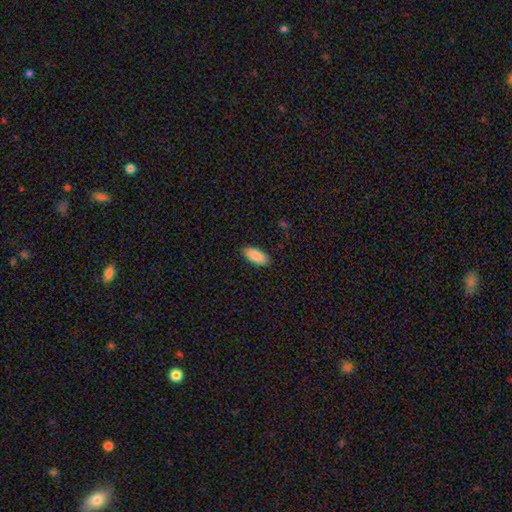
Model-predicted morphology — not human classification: smooth 89%, star or artifact 6%, featured or disk 5%. Down the decision tree: how rounded — in between (86%); merging — none (88%).